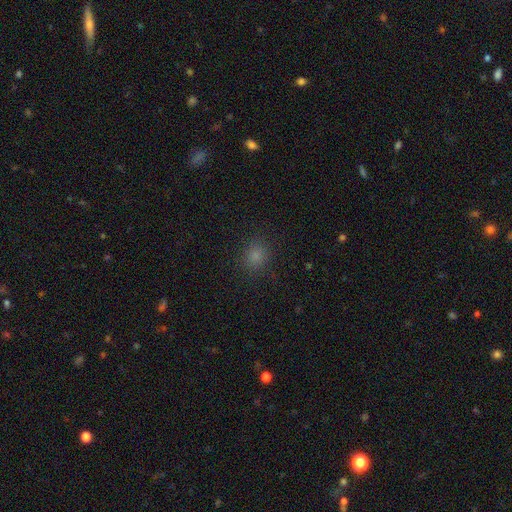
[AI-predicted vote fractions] Smooth or featured?
  - smooth: 78% *
  - star or artifact: 17%
  - featured or disk: 5%
How rounded?
  - round: 78% *
  - in between: 21%
  - cigar-shaped: 1%
Merging?
  - none: 87% *
  - minor disturbance: 9%
  - major disturbance: 3%
  - merger: 1%